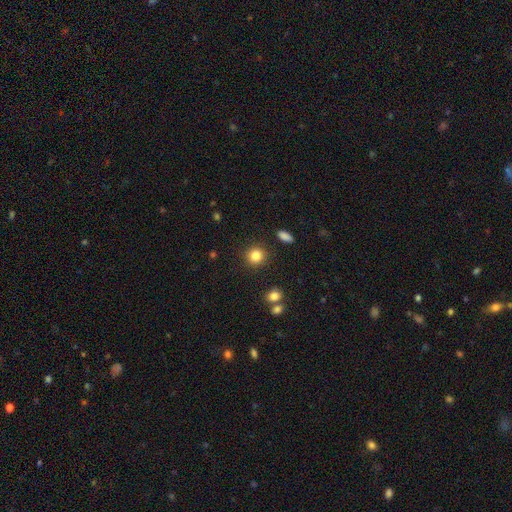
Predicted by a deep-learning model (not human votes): smooth-or-featured: smooth: 84% | star or artifact: 11% | featured or disk: 5%
  how-rounded: round: 89% | in between: 10% | cigar-shaped: 1%
  merging: none: 89% | minor disturbance: 7% | major disturbance: 2% | merger: 2%